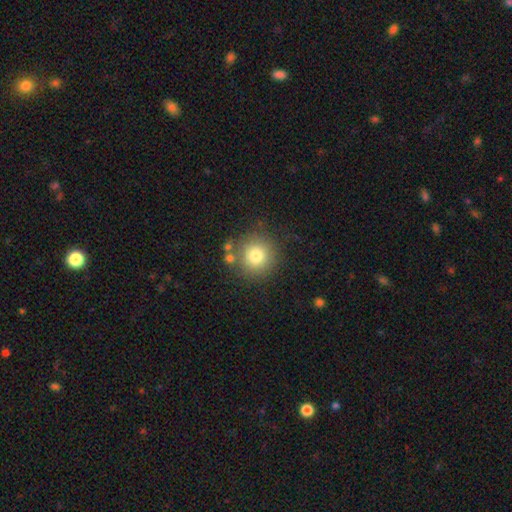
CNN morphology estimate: Q: Smooth or featured?
A: smooth (78%); runner-up: star or artifact (12%)
Q: How rounded?
A: round (94%); runner-up: in between (5%)
Q: Merging?
A: none (79%); runner-up: minor disturbance (10%)